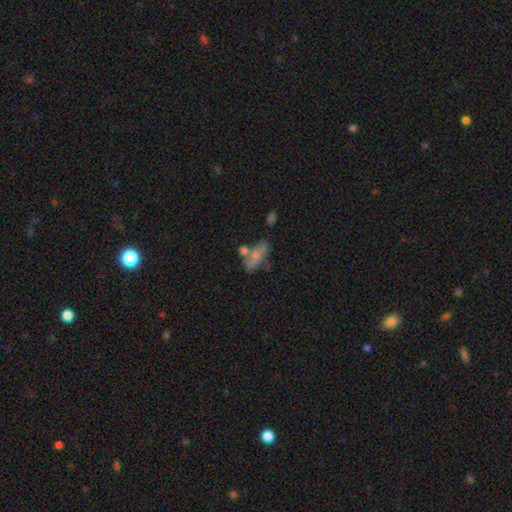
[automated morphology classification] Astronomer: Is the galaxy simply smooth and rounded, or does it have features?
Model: smooth — 60%.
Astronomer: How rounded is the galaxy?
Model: in between — 83%.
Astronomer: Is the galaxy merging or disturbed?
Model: none — 35% (runner-up: merger, 29%).